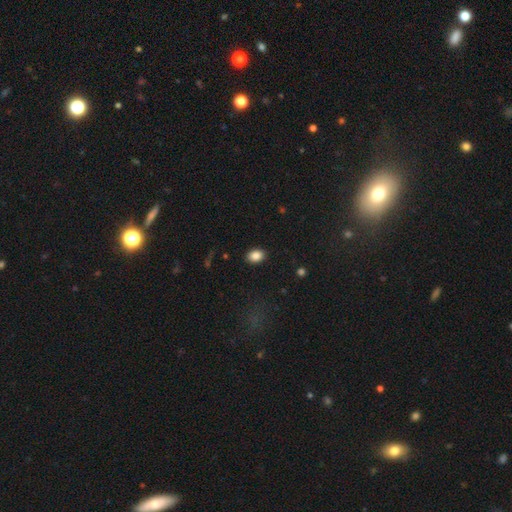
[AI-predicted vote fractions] A smooth galaxy with no disk features (87%) that is in between round and cigar-shaped (77%). Merging: none (88%).